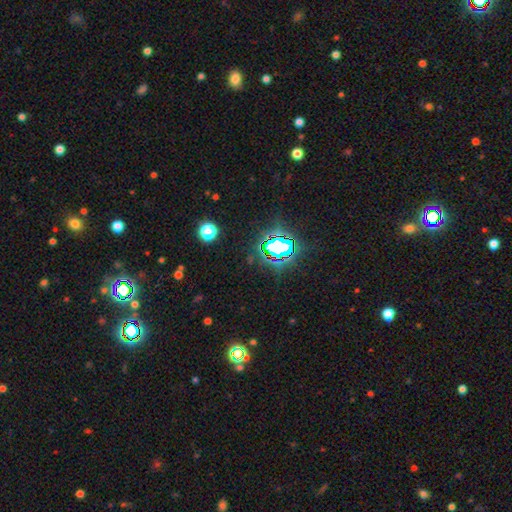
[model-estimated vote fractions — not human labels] Smooth or featured: star or artifact — 82% (smooth — 11%)